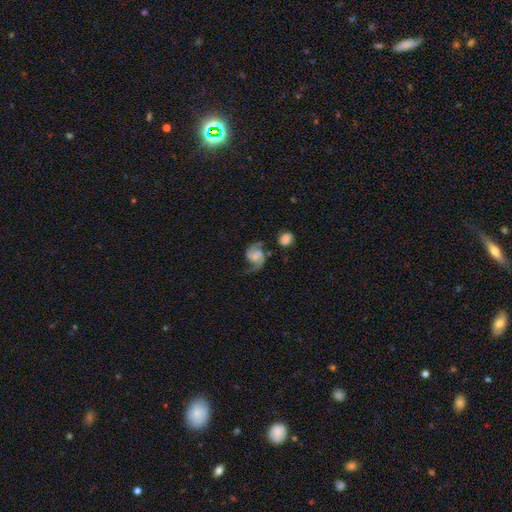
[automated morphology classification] type=featured or disk (84%); edge-on=no (98%); bar=no (51%); spiral arms=yes (97%); winding=medium (50%); arm count=2 (92%); bulge=none (40%); merging=none (63%).